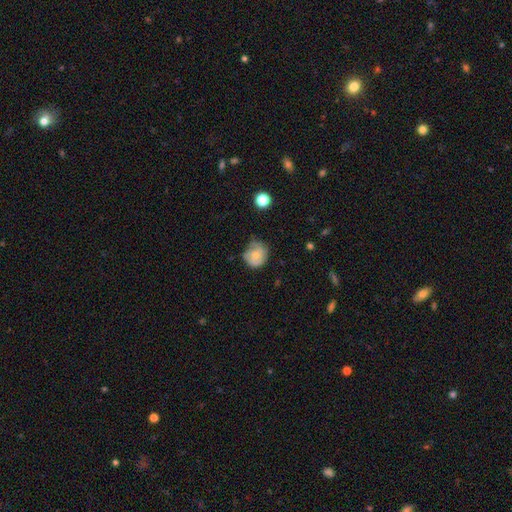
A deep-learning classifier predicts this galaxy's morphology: Smooth or featured? smooth (52%)
How rounded? round (77%)
Merging? none (50%)